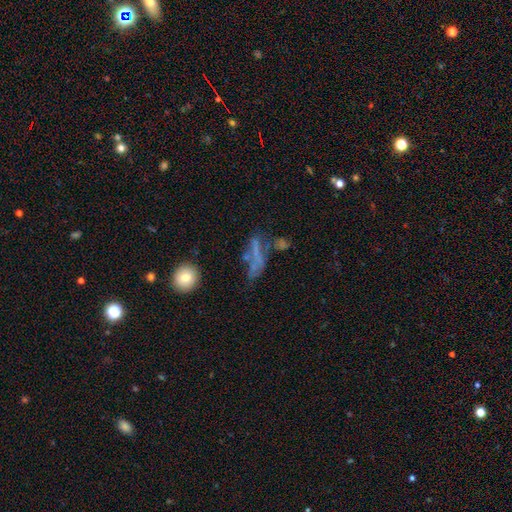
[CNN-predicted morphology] Overall: featured or disk (41%; smooth 40%). Merging: none (40%; major disturbance 25%).